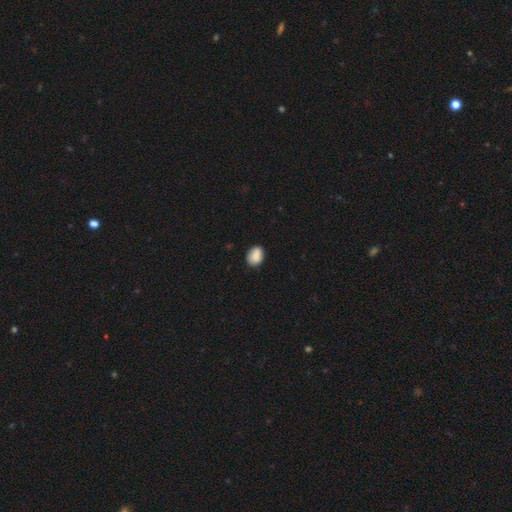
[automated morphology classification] This appears to be a smooth galaxy with no disk features (87%) that is in between round and cigar-shaped (62%). Merging: none (80%).